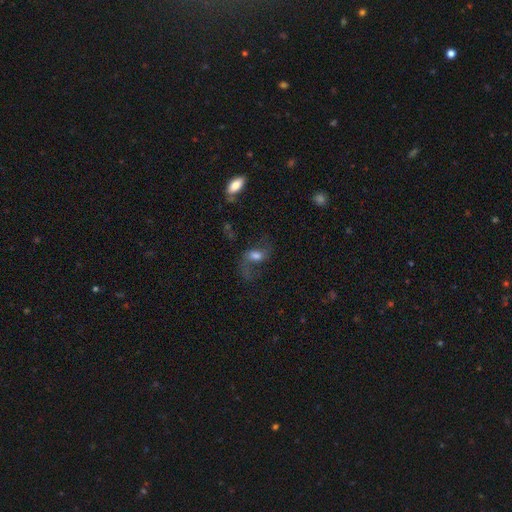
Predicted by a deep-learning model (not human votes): This is possibly a featured or disk galaxy (57%). It is clearly not viewed edge-on (93%). Bar: marginally weak (44%). Spiral arm pattern: clearly yes (82%). Central bulge: possibly moderate (50%). Merging: possibly none (53%).